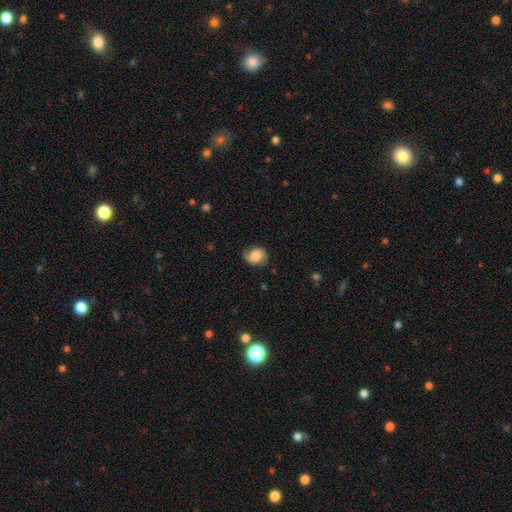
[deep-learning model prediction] smooth 74%, featured or disk 17%, star or artifact 9%. Down the decision tree: how rounded — round (56%); merging — none (69%).